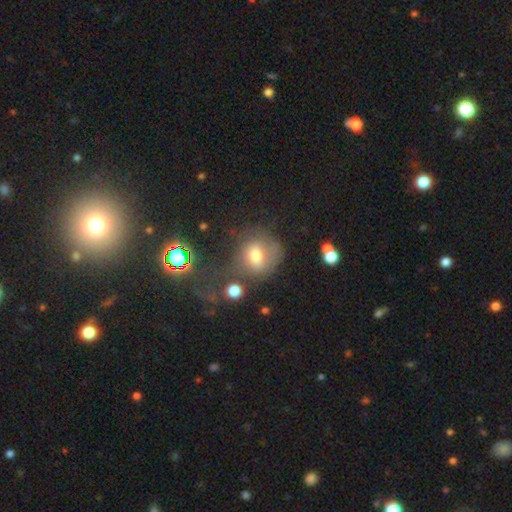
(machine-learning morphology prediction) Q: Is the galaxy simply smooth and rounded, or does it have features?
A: smooth — 62%.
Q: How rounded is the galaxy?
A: round — 65%.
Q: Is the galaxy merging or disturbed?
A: none — 45%.